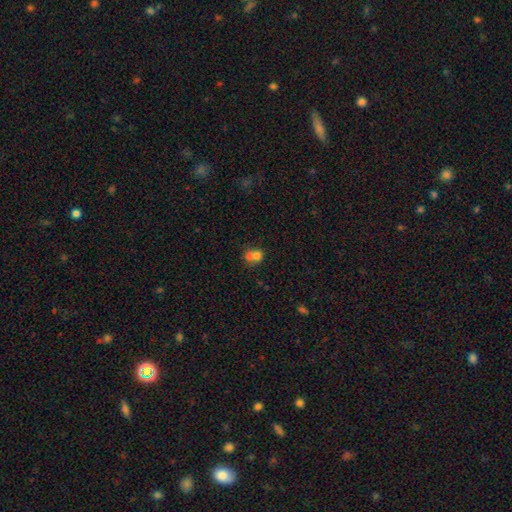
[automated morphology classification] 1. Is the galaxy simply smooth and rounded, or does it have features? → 71% smooth, 16% featured or disk, 13% star or artifact.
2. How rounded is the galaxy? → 63% round, 36% in between, 1% cigar-shaped.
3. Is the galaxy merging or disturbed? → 52% merger, 29% none, 12% minor disturbance, 7% major disturbance.